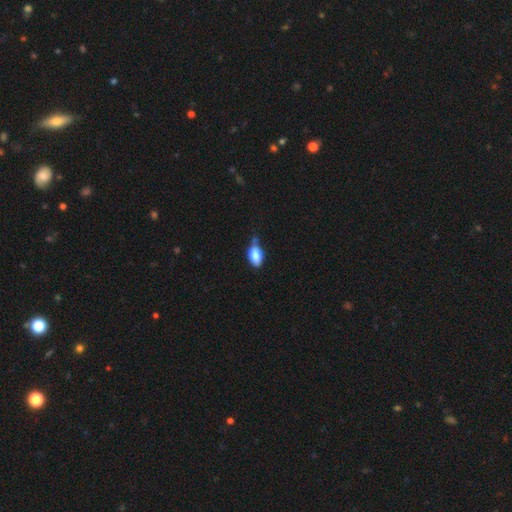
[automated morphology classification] Smooth or featured? Predicted: smooth (p=0.84). How rounded? Predicted: in between (p=0.91). Merging? Predicted: none (p=0.51).